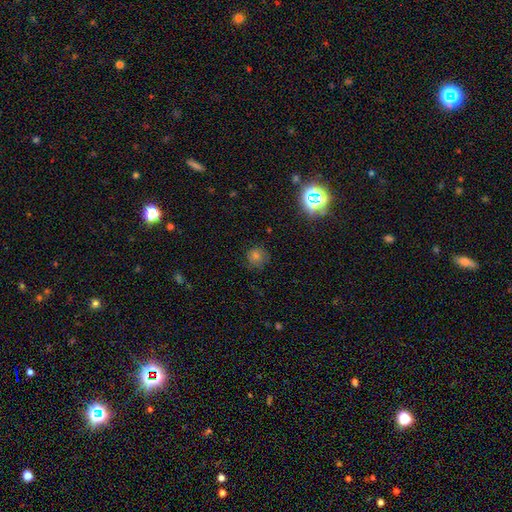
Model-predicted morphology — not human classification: Smooth or featured: smooth — 66% (star or artifact — 24%)
How rounded: round — 92% (in between — 7%)
Merging: none — 81% (minor disturbance — 14%)